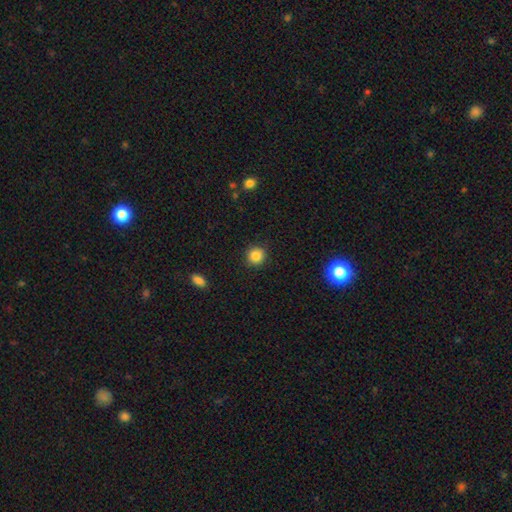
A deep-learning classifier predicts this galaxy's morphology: type=smooth (84%); roundness=round (92%); merging=none (90%).